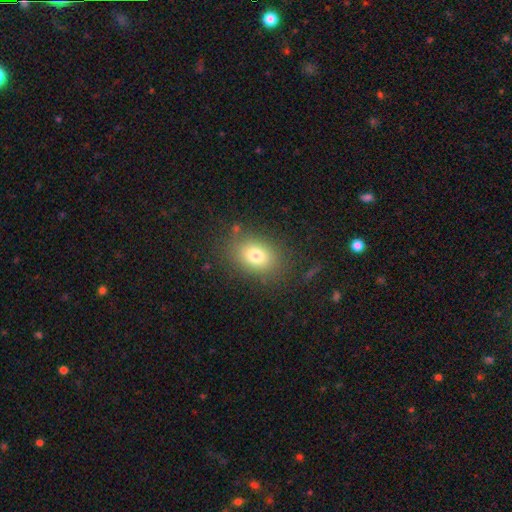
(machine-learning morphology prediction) A smooth galaxy with no disk features (77%) that is in between round and cigar-shaped (70%).

Vote fractions:
- Smooth or featured? smooth: 77% / star or artifact: 12% / featured or disk: 11%
- How rounded? in between: 70% / round: 29% / cigar-shaped: 1%
- Merging? none: 80% / minor disturbance: 12% / major disturbance: 6% / merger: 2%